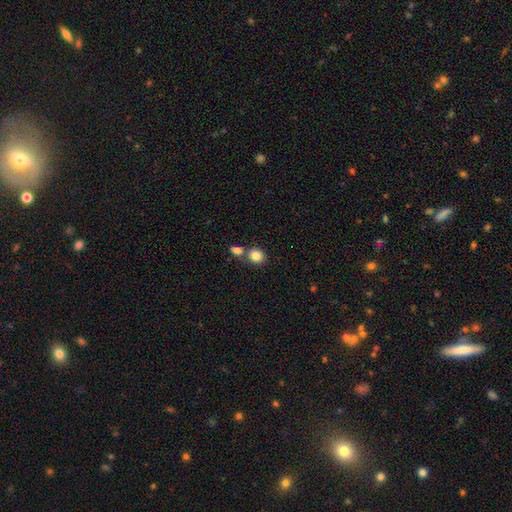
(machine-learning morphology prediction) A smooth galaxy with no disk features (84%) that is round (70%).

Vote fractions:
- Smooth or featured? smooth: 84% / star or artifact: 9% / featured or disk: 7%
- How rounded? round: 70% / in between: 29% / cigar-shaped: 1%
- Merging? none: 54% / merger: 34% / minor disturbance: 9% / major disturbance: 3%